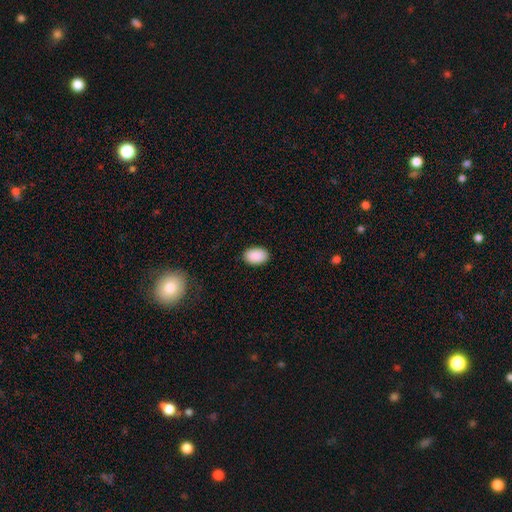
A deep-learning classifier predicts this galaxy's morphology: type=smooth (91%); roundness=in between (90%); merging=none (89%).